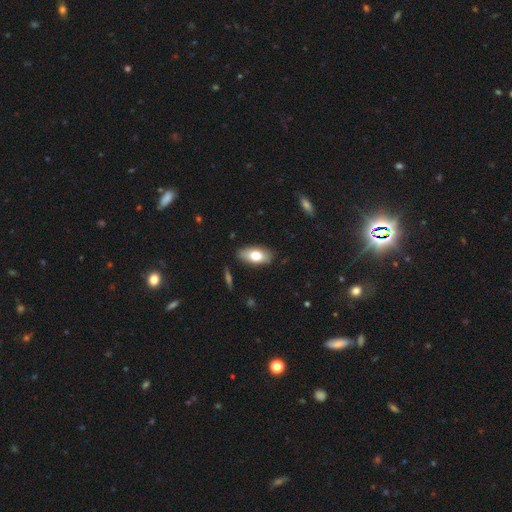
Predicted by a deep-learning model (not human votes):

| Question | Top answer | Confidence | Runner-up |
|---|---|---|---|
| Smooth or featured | smooth | 73% | featured or disk (20%) |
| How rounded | in between | 90% | cigar-shaped (5%) |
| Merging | none | 84% | minor disturbance (12%) |